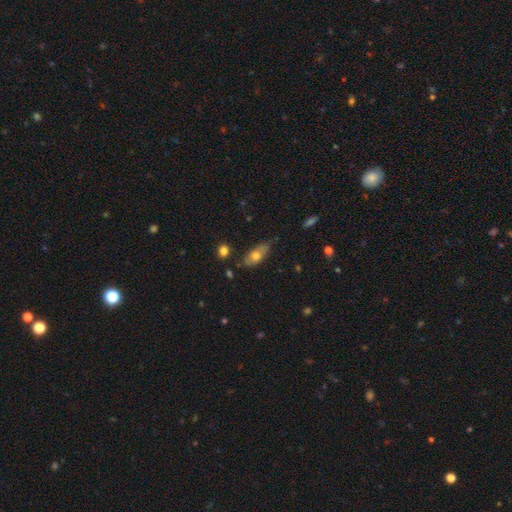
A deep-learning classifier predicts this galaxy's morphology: This appears to be a smooth galaxy with no disk features (62%) that is in between round and cigar-shaped (79%). Merging: none (63%).